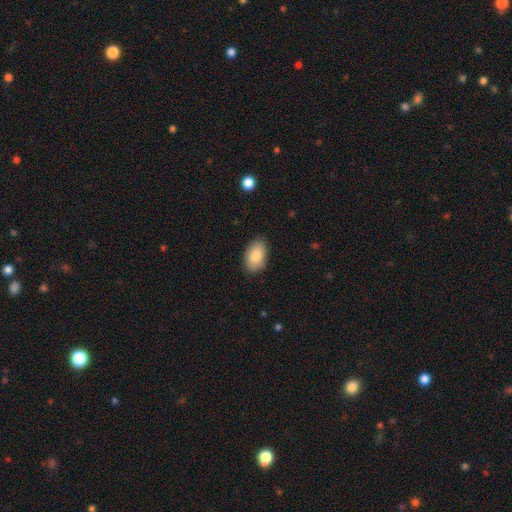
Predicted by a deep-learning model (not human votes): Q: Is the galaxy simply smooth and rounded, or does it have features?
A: smooth — 86%.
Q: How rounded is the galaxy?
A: in between — 92%.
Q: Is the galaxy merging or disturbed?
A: none — 85%.